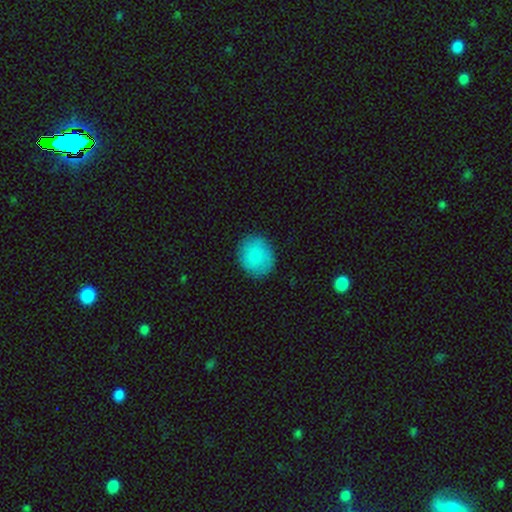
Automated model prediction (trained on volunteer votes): A smooth galaxy with no disk features (86%) that is round (74%). Merging: none (85%).